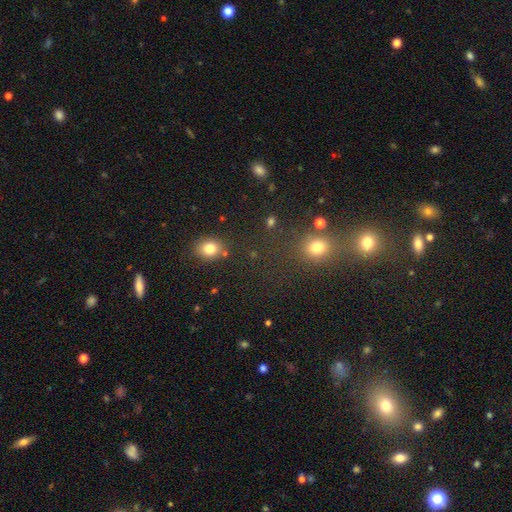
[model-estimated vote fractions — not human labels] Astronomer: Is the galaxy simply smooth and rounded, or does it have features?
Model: smooth — 53% (runner-up: star or artifact, 40%).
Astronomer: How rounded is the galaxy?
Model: round — 80%.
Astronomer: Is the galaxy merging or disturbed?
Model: none — 75%.